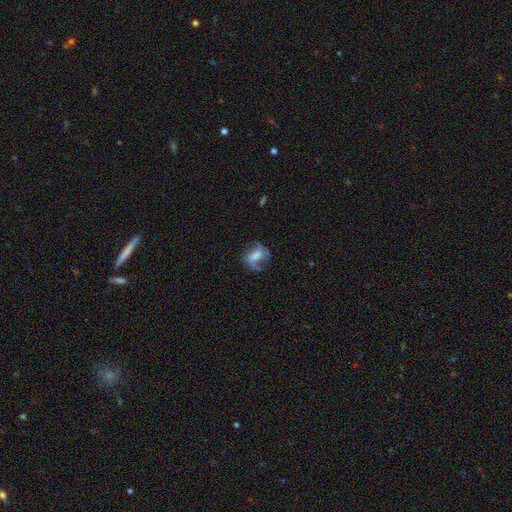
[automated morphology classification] featured or disk 62%, smooth 29%, star or artifact 9%. Down the decision tree: edge-on disk — no (95%); bar — weak (42%); spiral arms — yes (81%); bulge size — moderate (41%); merging — none (56%).